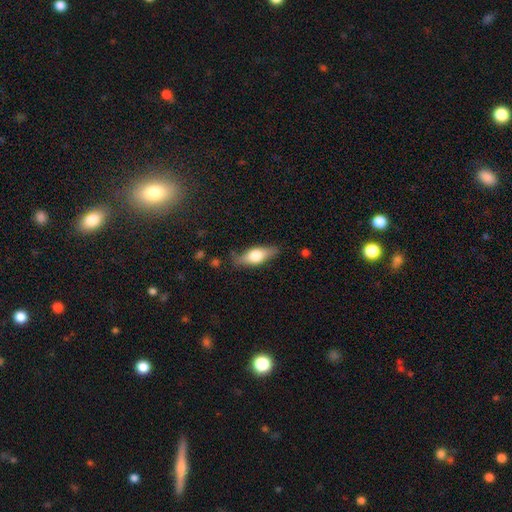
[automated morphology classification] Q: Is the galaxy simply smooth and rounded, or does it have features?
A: smooth — 52%.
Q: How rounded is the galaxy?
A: in between — 66%.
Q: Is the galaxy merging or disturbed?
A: none — 78%.